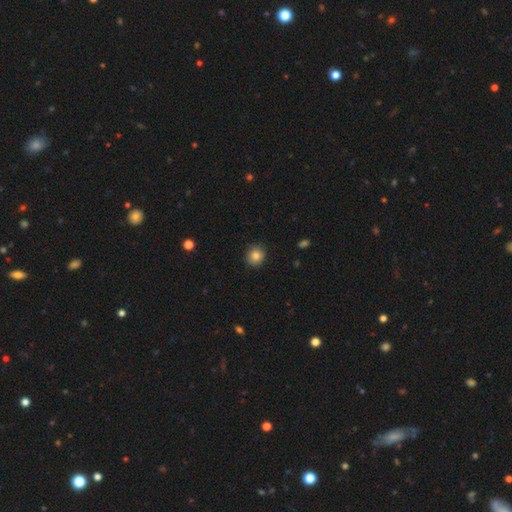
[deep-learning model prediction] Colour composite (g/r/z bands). It shows a smooth galaxy with no disk features (84%) that is round (89%). Merging: none (90%).